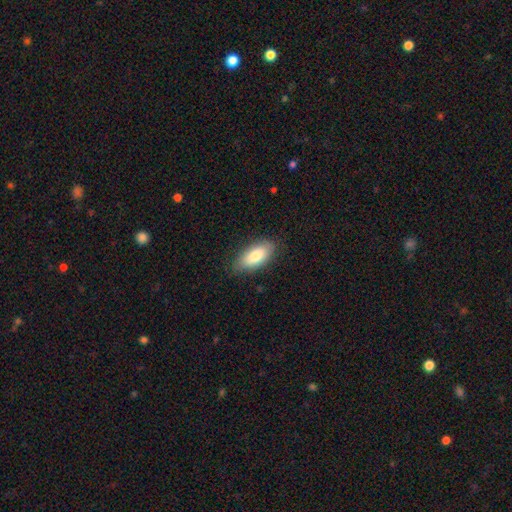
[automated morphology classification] type=smooth (82%); roundness=in between (90%); merging=none (83%).